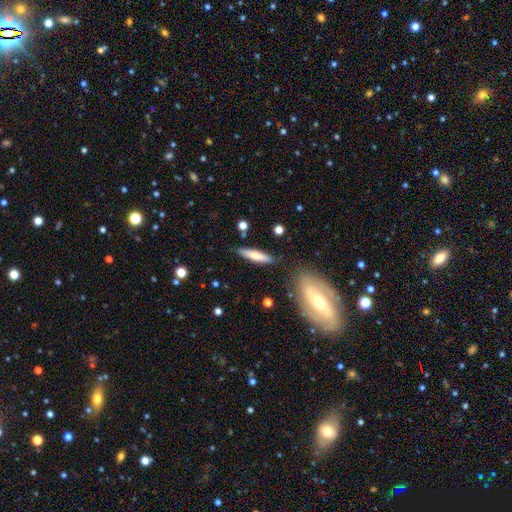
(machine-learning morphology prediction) smooth_or_featured: smooth (p=0.62) [alt: featured or disk p=0.32]
how_rounded: cigar-shaped (p=0.77) [alt: in between p=0.21]
merging: none (p=0.84) [alt: minor disturbance p=0.10]